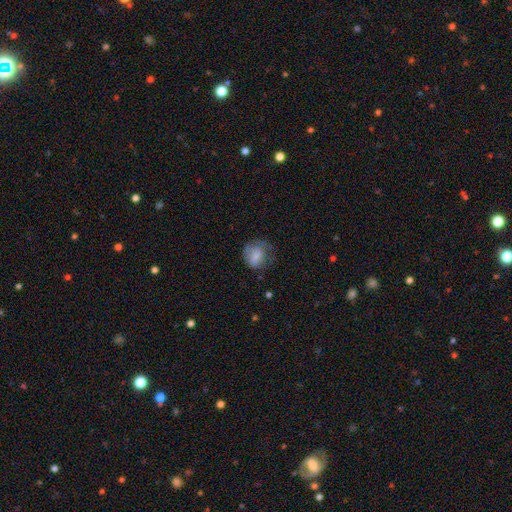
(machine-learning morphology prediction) Smooth or featured? smooth (71%)
How rounded? round (59%)
Merging? none (45%)